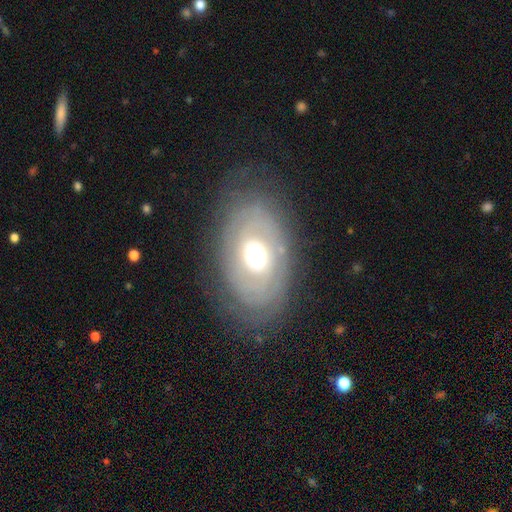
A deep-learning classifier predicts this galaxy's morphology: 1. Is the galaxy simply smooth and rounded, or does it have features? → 72% featured or disk, 21% smooth, 6% star or artifact.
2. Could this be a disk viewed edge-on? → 94% no, 6% yes.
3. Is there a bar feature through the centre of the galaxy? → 76% no, 18% weak, 6% strong.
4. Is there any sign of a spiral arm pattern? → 68% yes, 32% no.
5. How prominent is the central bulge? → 68% moderate, 19% large, 10% small, 2% dominant, 1% none.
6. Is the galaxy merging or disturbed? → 78% none, 14% minor disturbance, 6% major disturbance, 1% merger.